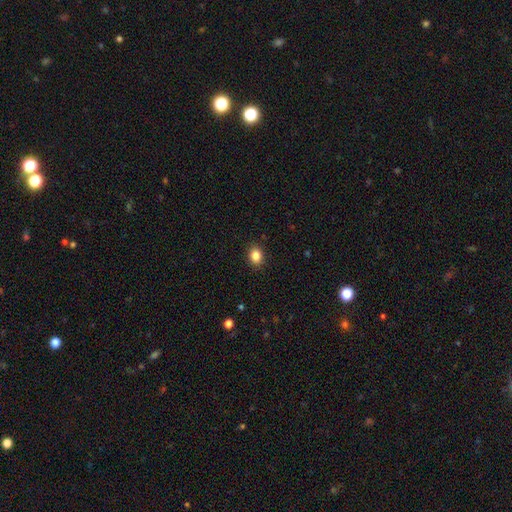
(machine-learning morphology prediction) A smooth galaxy with no disk features (85%) that is round (50%). Merging: none (90%).